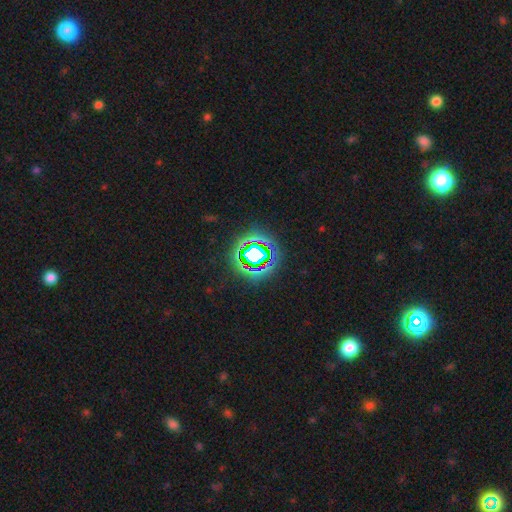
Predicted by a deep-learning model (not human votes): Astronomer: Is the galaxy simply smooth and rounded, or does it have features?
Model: star or artifact — 73%.